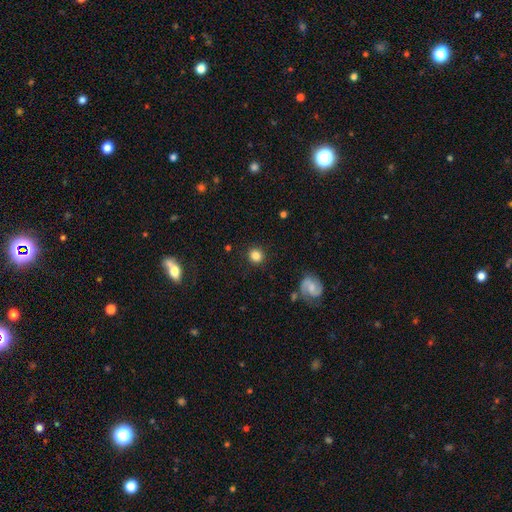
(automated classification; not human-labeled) This appears to be a smooth galaxy with no disk features (81%) that is round (90%). Merging: none (89%).